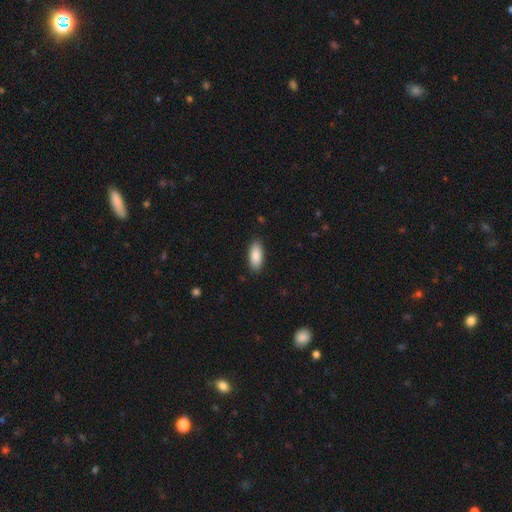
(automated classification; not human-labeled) smooth-or-featured: smooth: 88% | featured or disk: 6% | star or artifact: 6%
  how-rounded: in between: 82% | cigar-shaped: 16% | round: 2%
  merging: none: 88% | minor disturbance: 9% | major disturbance: 2% | merger: 1%